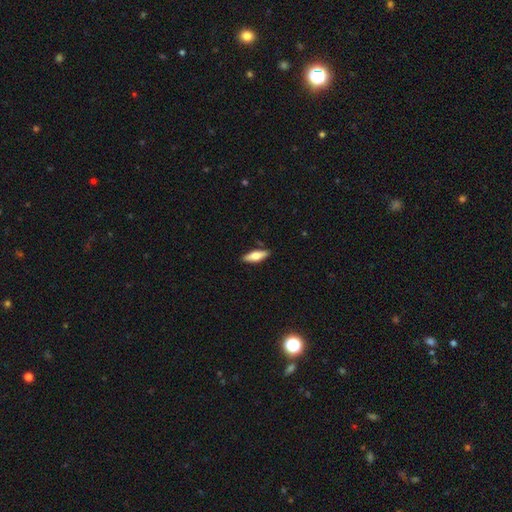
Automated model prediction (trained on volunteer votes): A smooth galaxy with no disk features (64%) that is in between round and cigar-shaped (56%).

Vote fractions:
- Smooth or featured? smooth: 64% / featured or disk: 30% / star or artifact: 6%
- How rounded? in between: 56% / cigar-shaped: 42% / round: 2%
- Merging? none: 87% / minor disturbance: 10% / major disturbance: 2% / merger: 1%